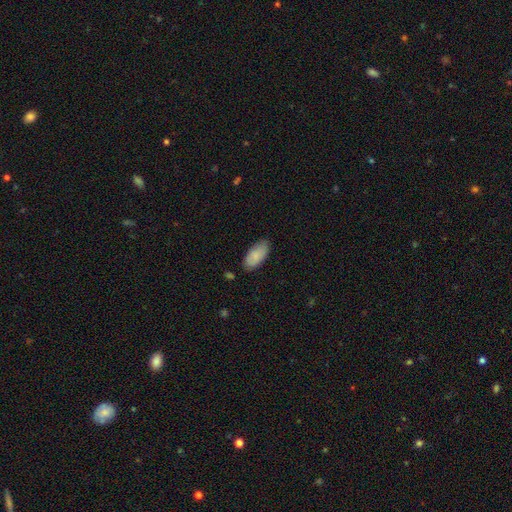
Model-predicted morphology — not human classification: This is clearly a smooth galaxy (83%). How rounded: clearly in between (92%). Merging: likely none (78%).